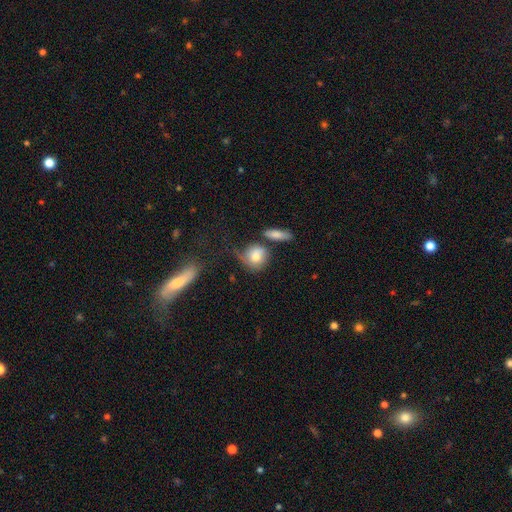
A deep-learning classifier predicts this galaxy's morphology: smooth_or_featured: smooth (p=0.75) [alt: featured or disk p=0.17]
how_rounded: round (p=0.76) [alt: in between p=0.21]
merging: none (p=0.43) [alt: minor disturbance p=0.25]